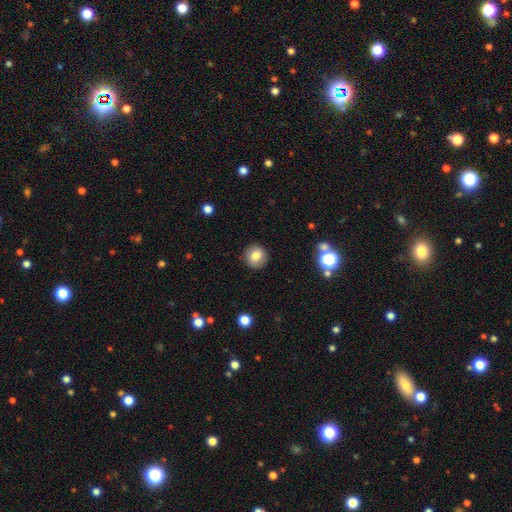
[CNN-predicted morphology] Smooth or featured? smooth (80%)
How rounded? round (90%)
Merging? none (89%)